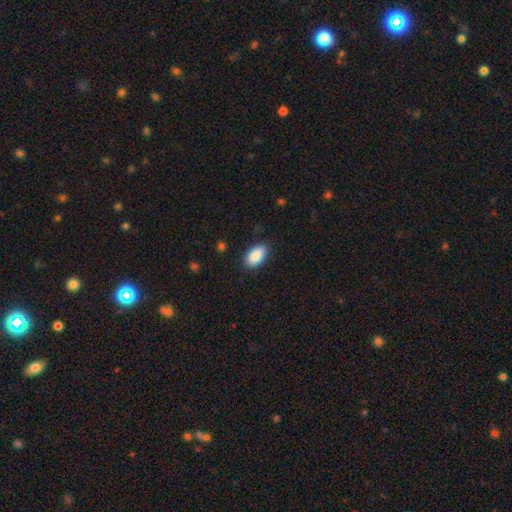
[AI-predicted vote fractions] Overall: smooth (90%). How rounded: in between (94%). Merging: none (87%).